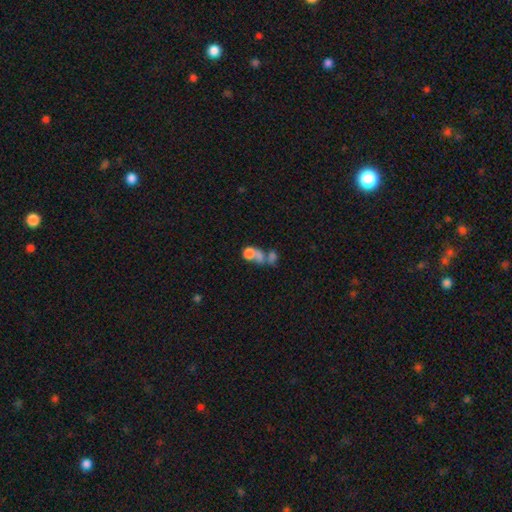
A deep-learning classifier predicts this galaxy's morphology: The model was most divided on "merging": merger: 49%, none: 29%, major disturbance: 12%, minor disturbance: 9%. Remaining: smooth or featured — smooth (49%).